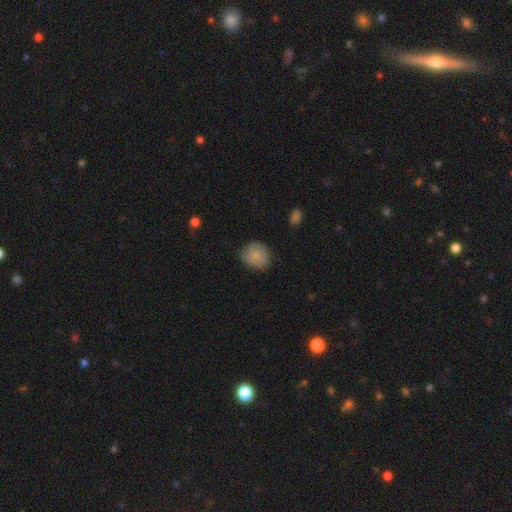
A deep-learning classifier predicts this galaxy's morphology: Q: Smooth or featured?
A: smooth (82%); runner-up: featured or disk (11%)
Q: How rounded?
A: round (78%); runner-up: in between (21%)
Q: Merging?
A: none (76%); runner-up: minor disturbance (19%)